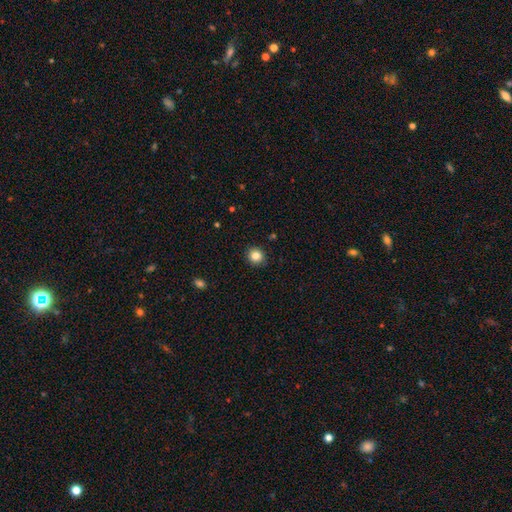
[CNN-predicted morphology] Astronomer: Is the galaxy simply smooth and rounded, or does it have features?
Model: smooth — 84%.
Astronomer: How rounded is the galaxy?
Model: round — 87%.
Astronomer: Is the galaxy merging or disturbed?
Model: none — 91%.